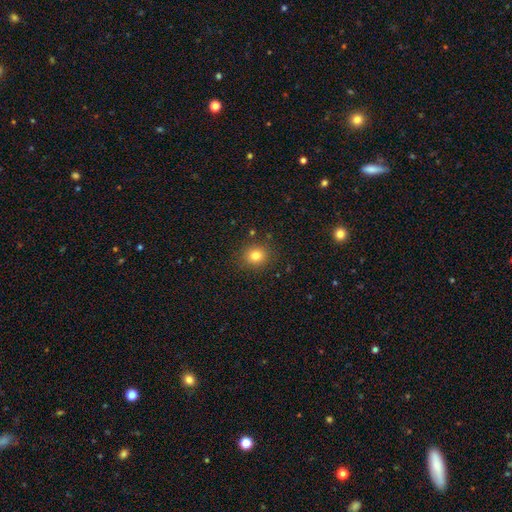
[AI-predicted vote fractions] smooth-or-featured: smooth: 79% | star or artifact: 13% | featured or disk: 7%
  how-rounded: round: 80% | in between: 19% | cigar-shaped: 1%
  merging: none: 87% | minor disturbance: 8% | major disturbance: 3% | merger: 2%